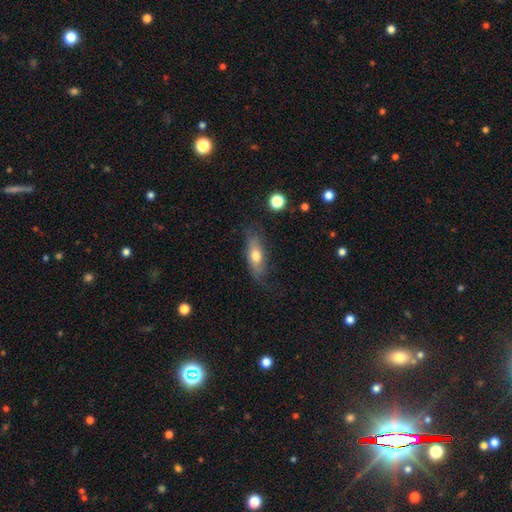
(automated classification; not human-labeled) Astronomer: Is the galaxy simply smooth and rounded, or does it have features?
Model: smooth — 60%.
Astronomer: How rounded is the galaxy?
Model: in between — 64%.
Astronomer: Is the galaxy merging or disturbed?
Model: none — 64%.